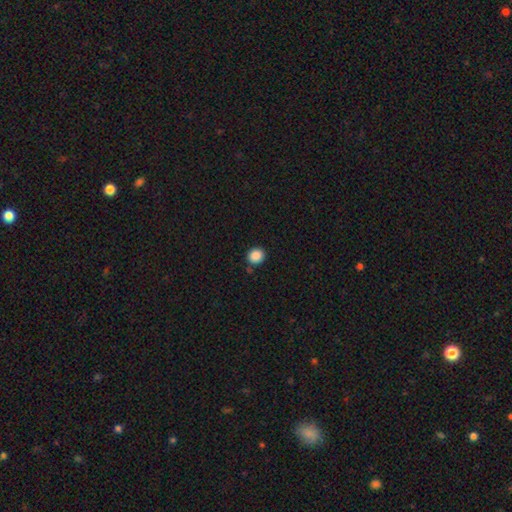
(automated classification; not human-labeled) Smooth or featured: smooth — 88% (star or artifact — 9%)
How rounded: round — 85% (in between — 14%)
Merging: none — 85% (minor disturbance — 9%)